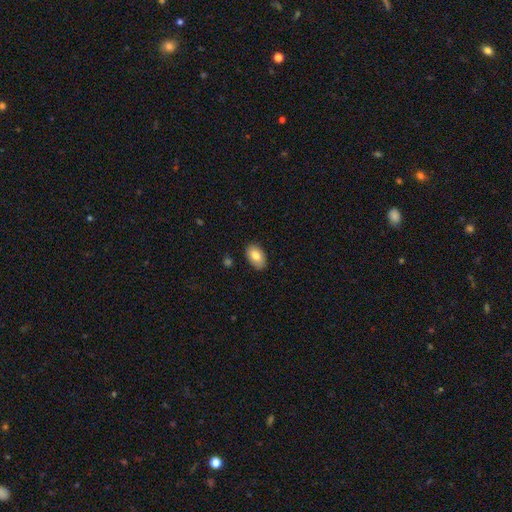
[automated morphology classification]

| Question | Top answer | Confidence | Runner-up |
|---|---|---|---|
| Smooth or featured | smooth | 81% | featured or disk (12%) |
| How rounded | in between | 91% | round (8%) |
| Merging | none | 86% | minor disturbance (11%) |